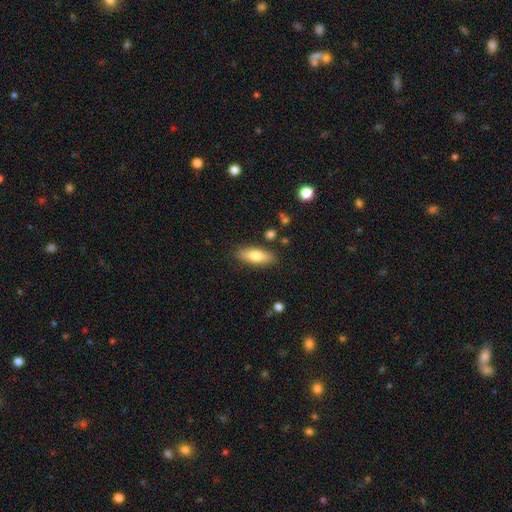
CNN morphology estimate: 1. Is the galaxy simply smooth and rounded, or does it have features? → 74% smooth, 20% featured or disk, 6% star or artifact.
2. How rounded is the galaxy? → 66% in between, 31% cigar-shaped, 3% round.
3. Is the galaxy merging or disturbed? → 85% none, 10% minor disturbance, 2% merger, 2% major disturbance.